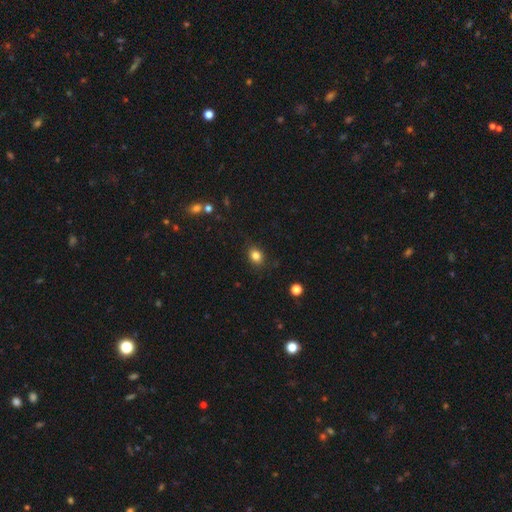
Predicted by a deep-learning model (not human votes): A smooth galaxy with no disk features (83%) that is in between round and cigar-shaped (51%). Merging: none (83%).